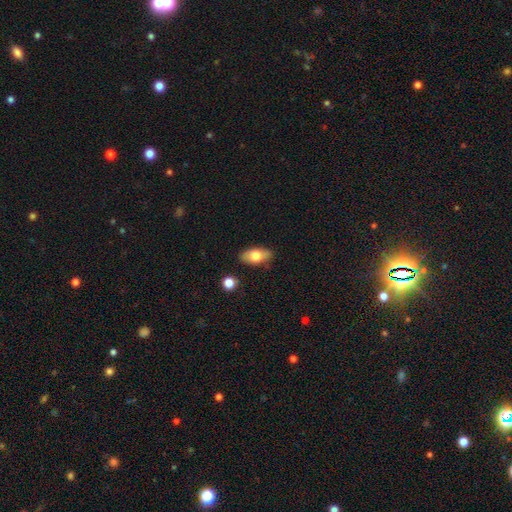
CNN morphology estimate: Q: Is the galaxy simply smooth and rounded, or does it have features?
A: smooth — 73%.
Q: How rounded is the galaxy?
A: in between — 88%.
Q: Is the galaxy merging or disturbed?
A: none — 84%.